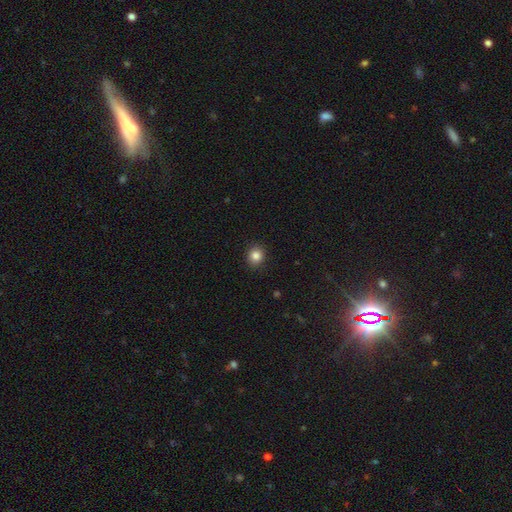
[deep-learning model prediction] Morphology: type=smooth (85%); roundness=round (81%); merging=none (90%).